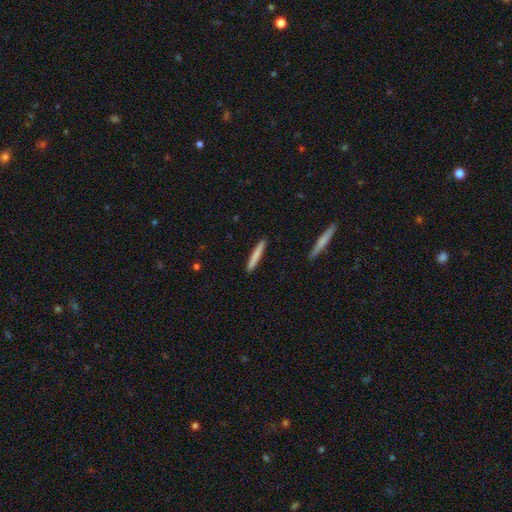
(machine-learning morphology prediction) Smooth or featured? smooth (76%)
How rounded? cigar-shaped (96%)
Merging? none (92%)